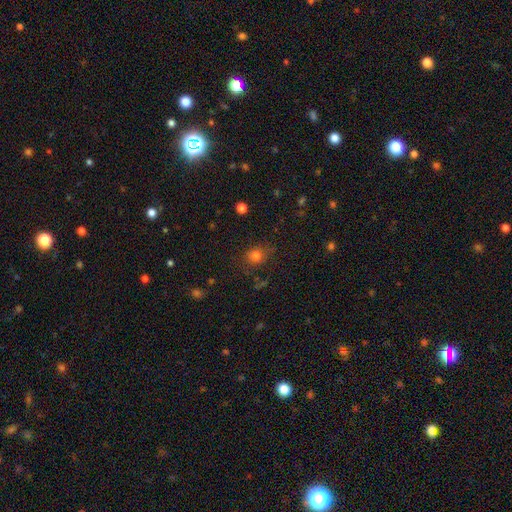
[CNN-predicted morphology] smooth_or_featured: smooth (p=0.78) [alt: star or artifact p=0.15]
how_rounded: round (p=0.71) [alt: in between p=0.28]
merging: none (p=0.77) [alt: minor disturbance p=0.16]